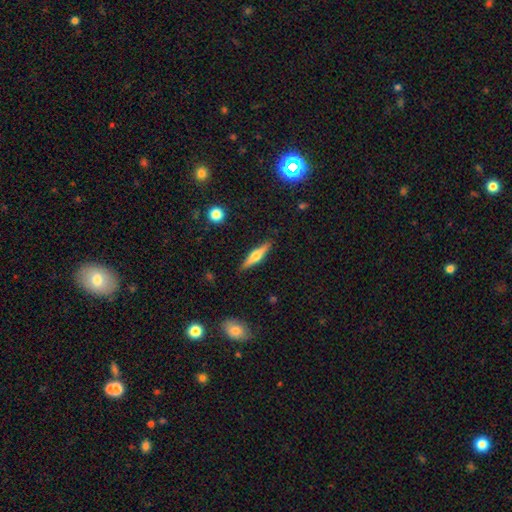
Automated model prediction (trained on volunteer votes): Smooth or featured? Predicted: featured or disk (p=0.58). Edge-on disk? Predicted: yes (p=0.96). Edge-on bulge? Predicted: rounded (p=0.91). Merging? Predicted: none (p=0.89).